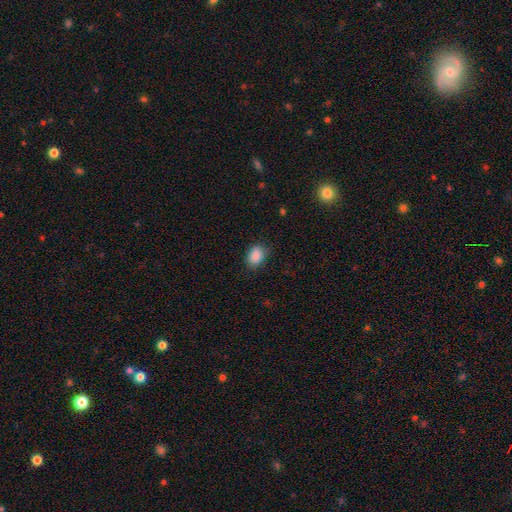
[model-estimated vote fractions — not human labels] This is clearly a smooth galaxy (89%). How rounded: likely in between (76%). Merging: clearly none (82%).